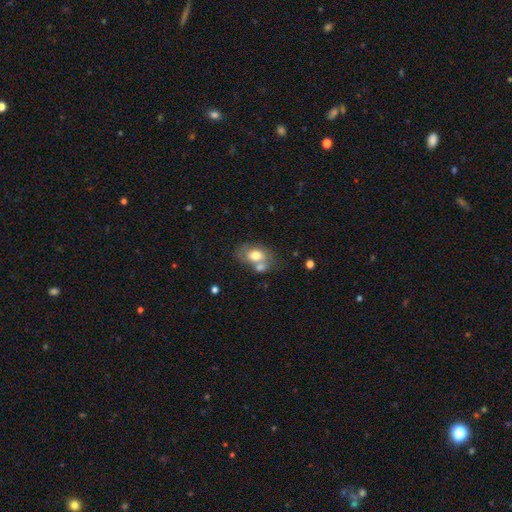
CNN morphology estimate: A smooth galaxy with no disk features (70%) that is in between round and cigar-shaped (77%).

Vote fractions:
- Smooth or featured? smooth: 70% / featured or disk: 22% / star or artifact: 8%
- How rounded? in between: 77% / round: 22% / cigar-shaped: 1%
- Merging? none: 40% / merger: 38% / minor disturbance: 15% / major disturbance: 6%